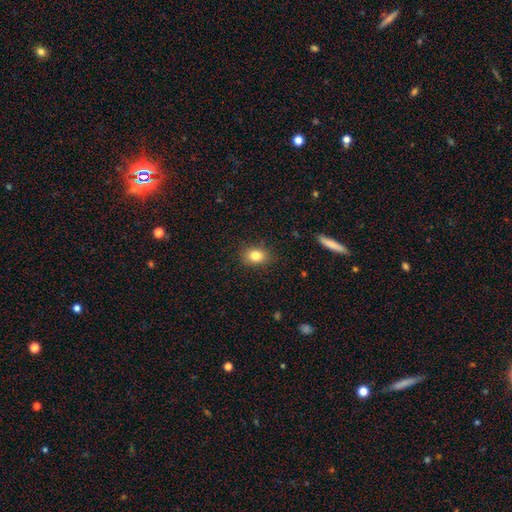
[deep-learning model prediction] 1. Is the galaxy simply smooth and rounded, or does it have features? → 82% smooth, 10% star or artifact, 8% featured or disk.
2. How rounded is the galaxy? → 61% in between, 37% round, 1% cigar-shaped.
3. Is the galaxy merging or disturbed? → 84% none, 12% minor disturbance, 3% major disturbance, 1% merger.